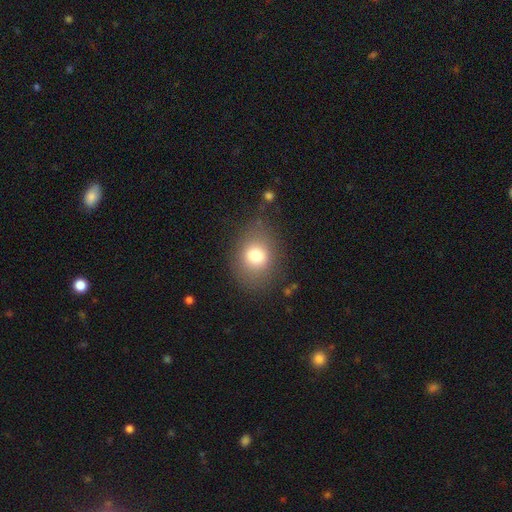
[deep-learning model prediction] Smooth or featured? smooth (75%)
How rounded? round (52%)
Merging? none (78%)